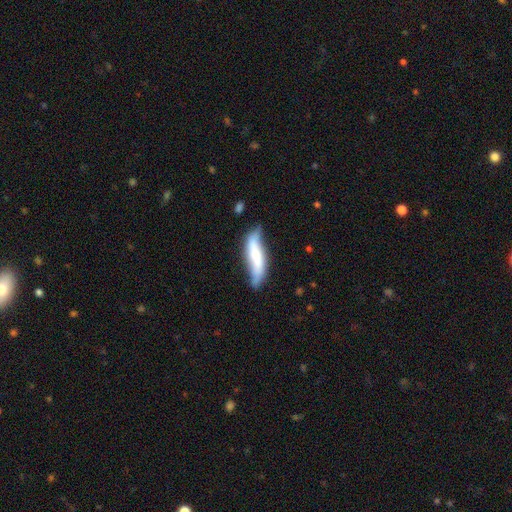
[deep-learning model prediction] A smooth galaxy with no disk features (48%).

Vote fractions:
- Smooth or featured? smooth: 48% / featured or disk: 46% / star or artifact: 6%
- Merging? none: 54% / minor disturbance: 33% / major disturbance: 9% / merger: 4%